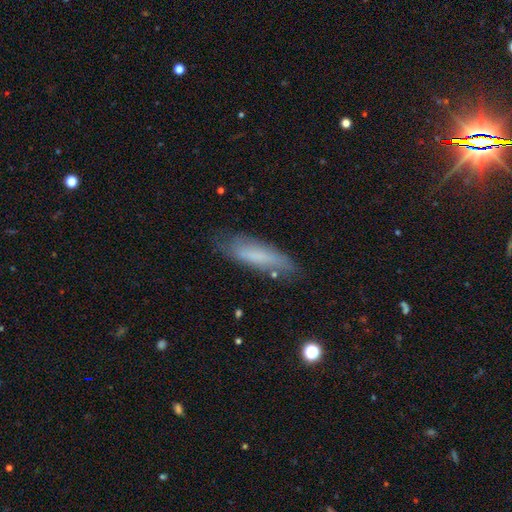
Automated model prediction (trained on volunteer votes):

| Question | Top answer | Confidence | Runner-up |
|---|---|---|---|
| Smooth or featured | smooth | 51% | featured or disk (35%) |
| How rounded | cigar-shaped | 64% | in between (34%) |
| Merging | none | 75% | minor disturbance (18%) |